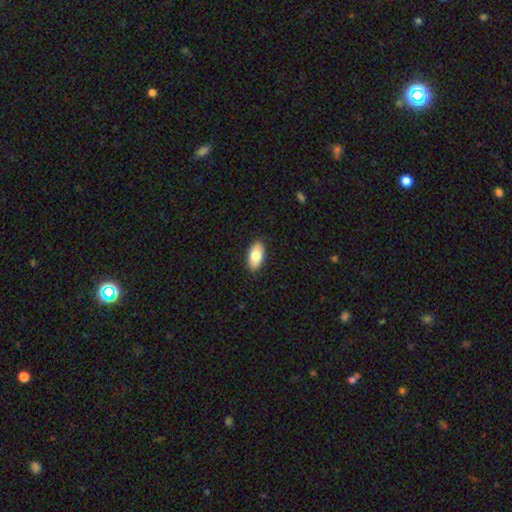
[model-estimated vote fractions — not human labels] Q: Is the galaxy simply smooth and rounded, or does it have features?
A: smooth — 82%.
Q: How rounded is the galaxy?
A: in between — 94%.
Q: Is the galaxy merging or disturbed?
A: none — 90%.